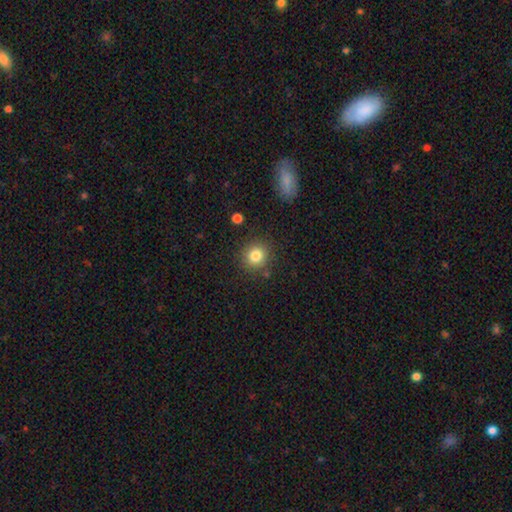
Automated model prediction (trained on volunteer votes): This is clearly a smooth galaxy (82%). How rounded: clearly round (89%). Merging: clearly none (86%).